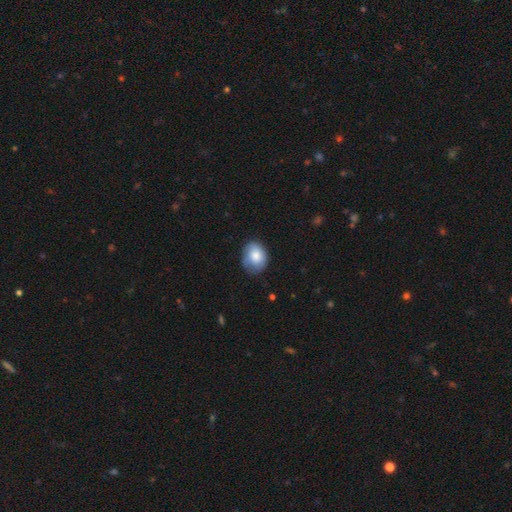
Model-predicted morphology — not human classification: Smooth or featured? smooth (78%)
How rounded? in between (55%)
Merging? none (62%)